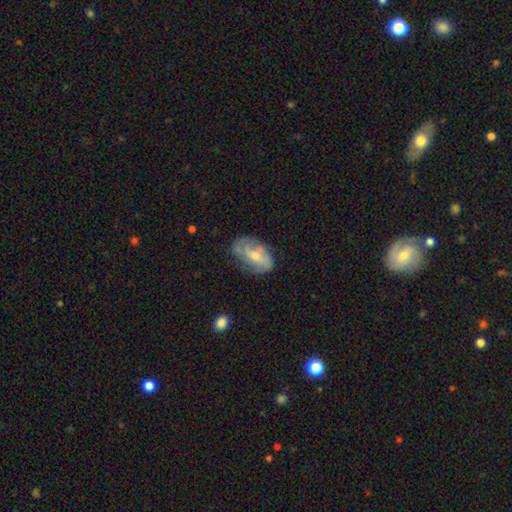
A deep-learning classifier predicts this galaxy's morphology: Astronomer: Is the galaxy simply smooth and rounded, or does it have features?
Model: featured or disk — 57% (runner-up: smooth, 36%).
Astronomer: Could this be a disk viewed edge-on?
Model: no — 94%.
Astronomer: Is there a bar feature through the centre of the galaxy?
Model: no — 52% (runner-up: weak, 37%).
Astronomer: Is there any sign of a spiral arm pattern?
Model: yes — 71%.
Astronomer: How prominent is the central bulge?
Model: small — 51% (runner-up: moderate, 42%).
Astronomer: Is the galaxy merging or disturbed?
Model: none — 59%.